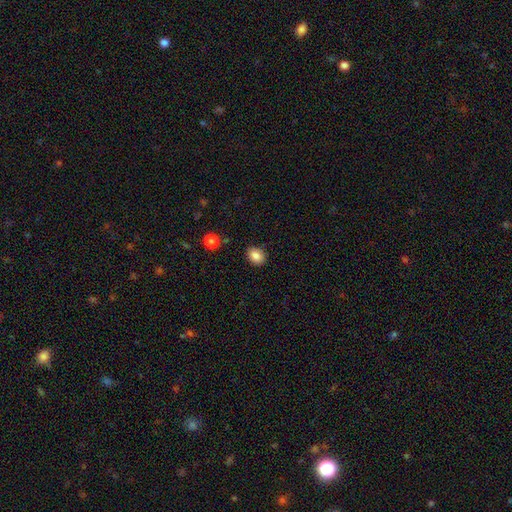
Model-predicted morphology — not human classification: Q: Smooth or featured?
A: smooth (85%); runner-up: star or artifact (9%)
Q: How rounded?
A: in between (55%); runner-up: round (45%)
Q: Merging?
A: none (87%); runner-up: minor disturbance (9%)